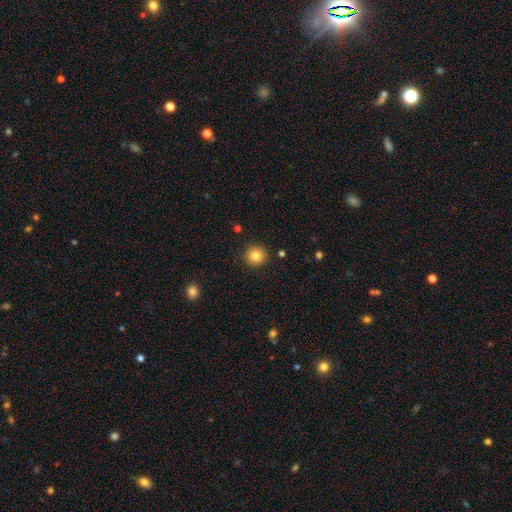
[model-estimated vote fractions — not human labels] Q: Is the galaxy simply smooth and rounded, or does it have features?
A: smooth — 84%.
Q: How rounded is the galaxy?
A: round — 94%.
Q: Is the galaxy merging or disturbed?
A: none — 91%.